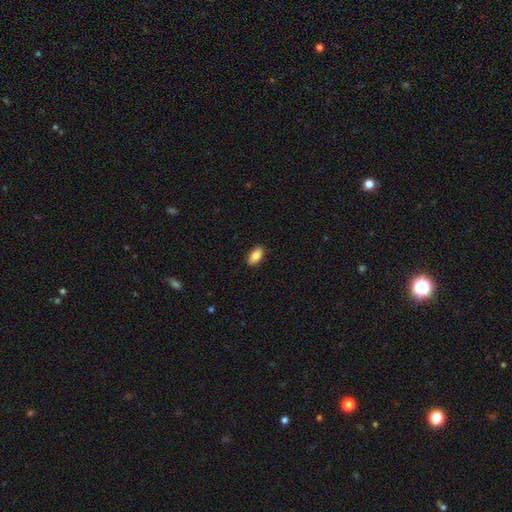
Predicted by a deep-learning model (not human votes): A smooth galaxy with no disk features (85%) that is in between round and cigar-shaped (92%). Merging: none (90%).